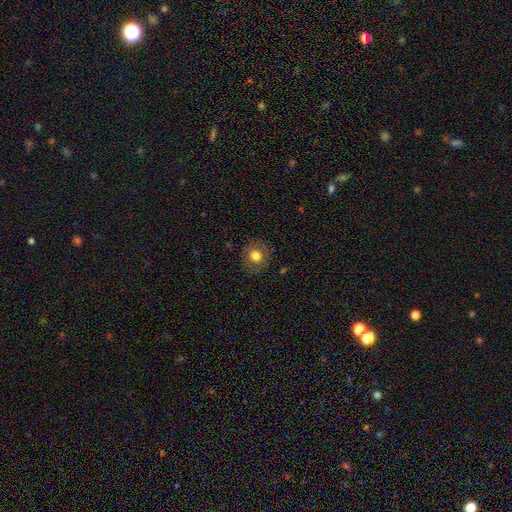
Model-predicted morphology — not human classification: smooth_or_featured: smooth (p=0.75) [alt: featured or disk p=0.15]
how_rounded: round (p=0.85) [alt: in between p=0.14]
merging: none (p=0.85) [alt: minor disturbance p=0.10]